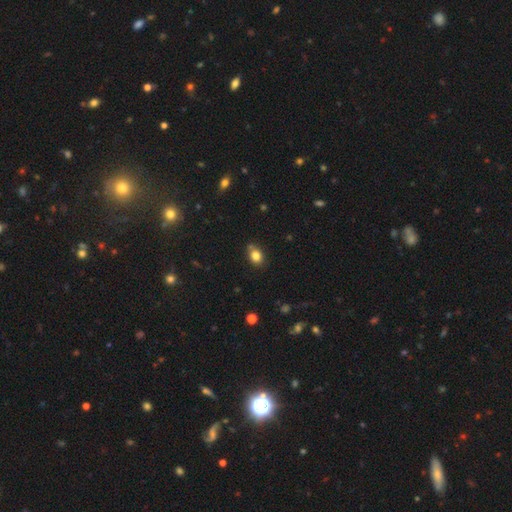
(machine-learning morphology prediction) A smooth galaxy with no disk features (82%) that is in between round and cigar-shaped (60%).

Vote fractions:
- Smooth or featured? smooth: 82% / star or artifact: 11% / featured or disk: 7%
- How rounded? in between: 60% / round: 39% / cigar-shaped: 1%
- Merging? none: 70% / minor disturbance: 19% / merger: 7% / major disturbance: 4%